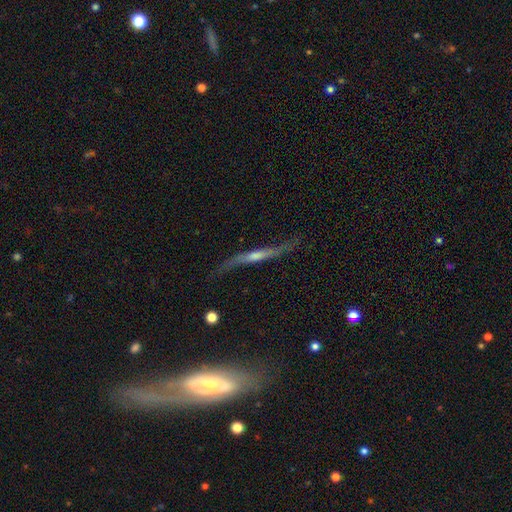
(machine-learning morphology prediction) This is likely a featured or disk galaxy (70%). It is clearly viewed edge-on (81%). Edge-on bulge: possibly rounded (48%). Merging: likely none (64%).